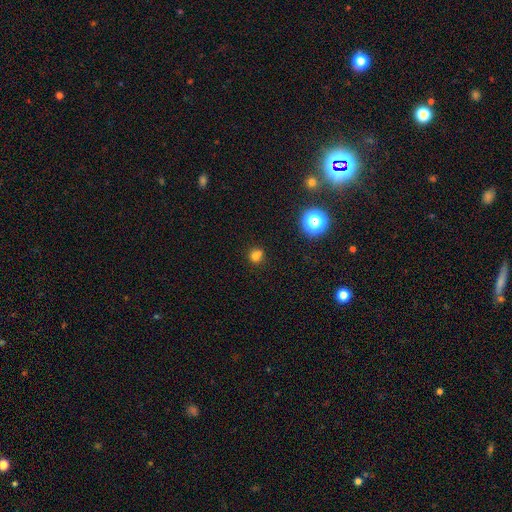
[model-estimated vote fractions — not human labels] This is likely a smooth galaxy (74%). How rounded: likely round (73%). Merging: likely none (62%).